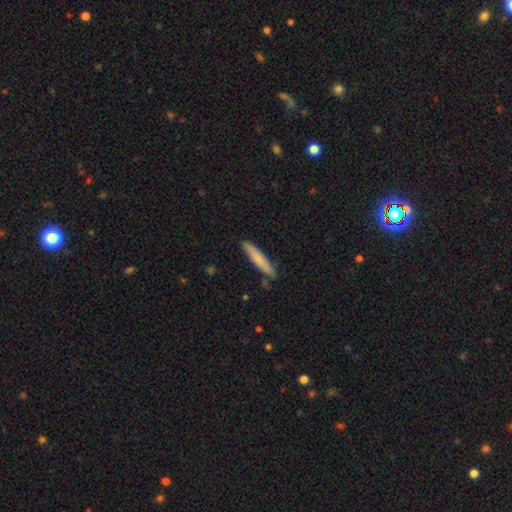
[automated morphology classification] Smooth or featured?
  - smooth: 74% *
  - featured or disk: 20%
  - star or artifact: 6%
How rounded?
  - cigar-shaped: 94% *
  - in between: 5%
  - round: 1%
Merging?
  - none: 88% *
  - minor disturbance: 9%
  - merger: 2%
  - major disturbance: 2%